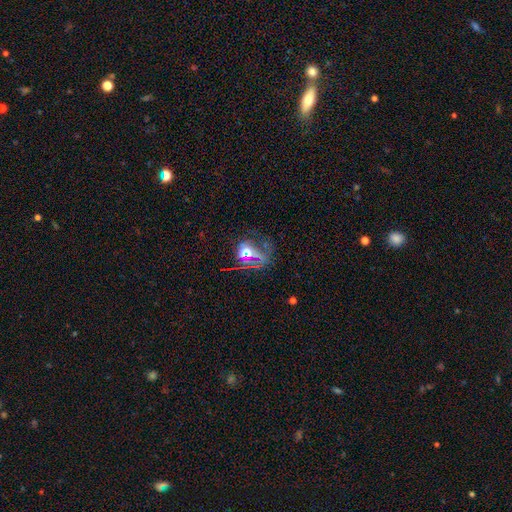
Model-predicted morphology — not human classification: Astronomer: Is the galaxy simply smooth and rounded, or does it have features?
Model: star or artifact — 58%.